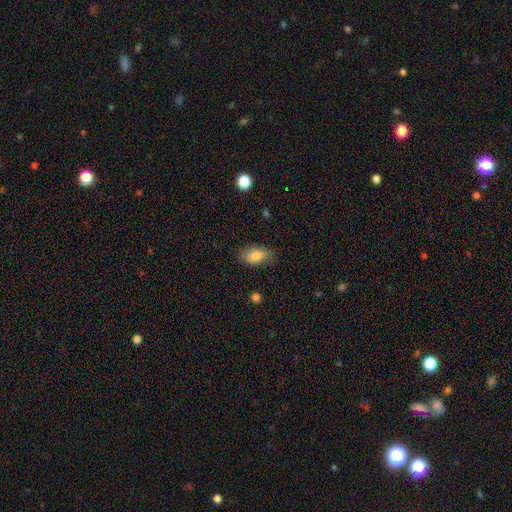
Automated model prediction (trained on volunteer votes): Smooth or featured? Predicted: smooth (p=0.78). How rounded? Predicted: in between (p=0.91). Merging? Predicted: none (p=0.78).